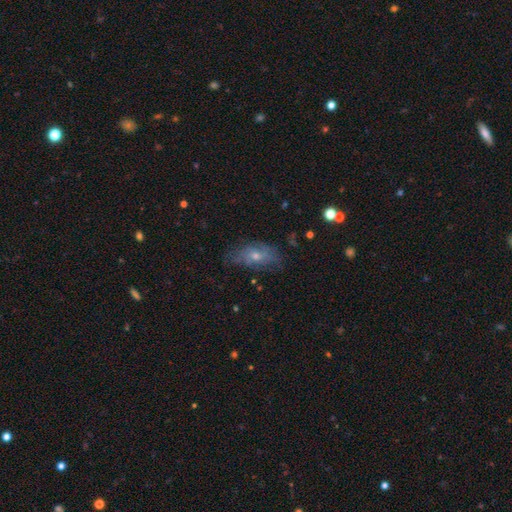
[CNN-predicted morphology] Smooth or featured? Predicted: featured or disk (p=0.45). Merging? Predicted: none (p=0.64).